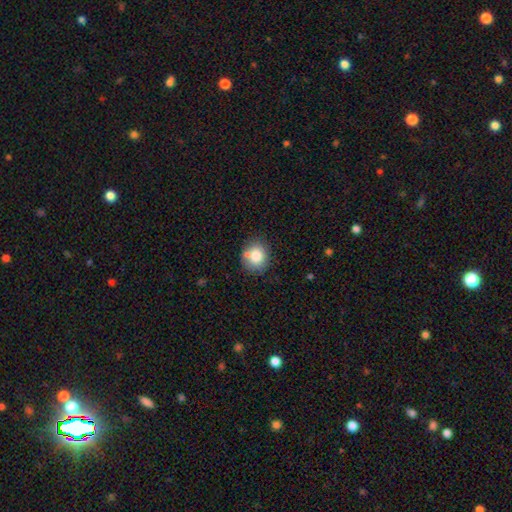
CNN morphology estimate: smooth_or_featured: smooth (p=0.79) [alt: featured or disk p=0.11]
how_rounded: round (p=0.65) [alt: in between p=0.34]
merging: none (p=0.69) [alt: minor disturbance p=0.15]